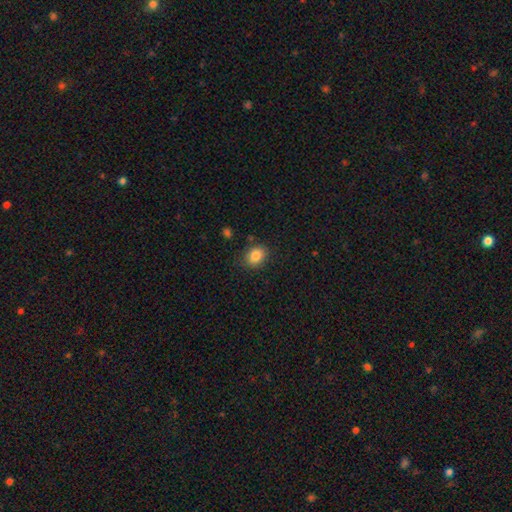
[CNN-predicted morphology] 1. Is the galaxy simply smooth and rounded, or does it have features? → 85% smooth, 9% star or artifact, 6% featured or disk.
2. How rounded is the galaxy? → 54% in between, 46% round, 1% cigar-shaped.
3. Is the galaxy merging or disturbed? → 84% none, 11% minor disturbance, 3% major disturbance, 2% merger.